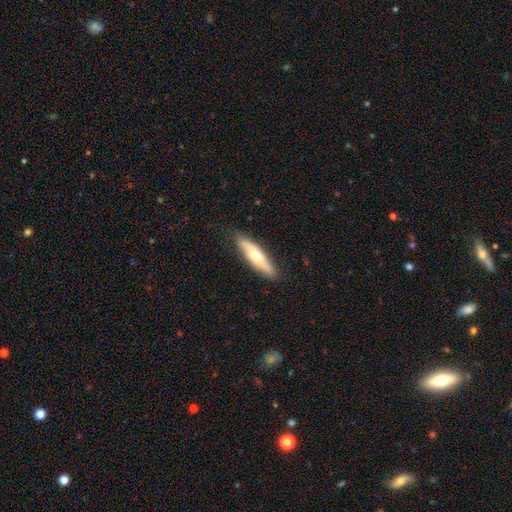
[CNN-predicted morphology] Overall: smooth (53%; featured or disk 42%). How rounded: cigar-shaped (65%; in between 33%). Merging: none (82%).